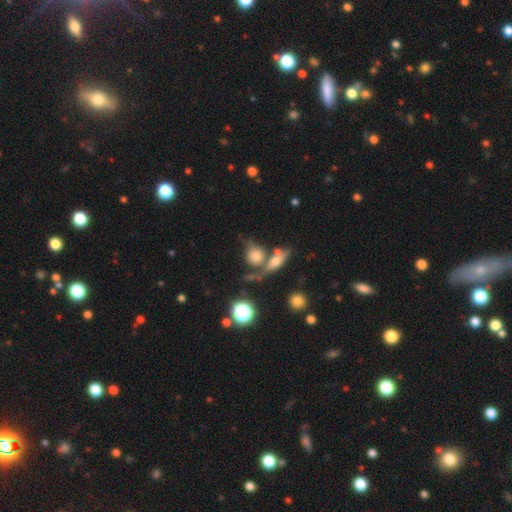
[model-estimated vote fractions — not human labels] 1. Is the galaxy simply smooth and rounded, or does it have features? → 68% smooth, 20% featured or disk, 13% star or artifact.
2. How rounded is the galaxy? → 71% round, 24% in between, 5% cigar-shaped.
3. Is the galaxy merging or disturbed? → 43% none, 35% merger, 14% minor disturbance, 8% major disturbance.